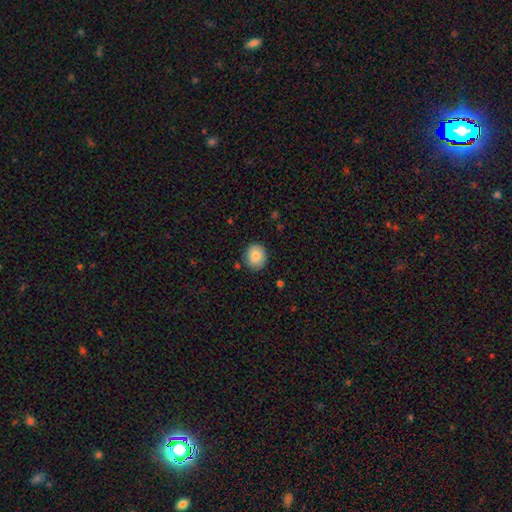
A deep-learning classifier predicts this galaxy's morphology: The model was most divided on "how rounded": round: 73%, in between: 26%, cigar-shaped: 1%. More confident: smooth or featured — smooth (85%); merging — none (85%).